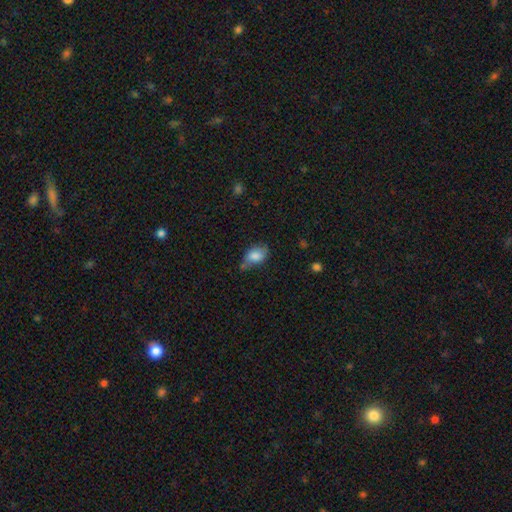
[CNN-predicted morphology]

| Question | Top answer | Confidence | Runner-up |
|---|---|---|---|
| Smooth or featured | smooth | 81% | featured or disk (11%) |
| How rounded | in between | 85% | round (13%) |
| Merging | none | 52% | minor disturbance (32%) |